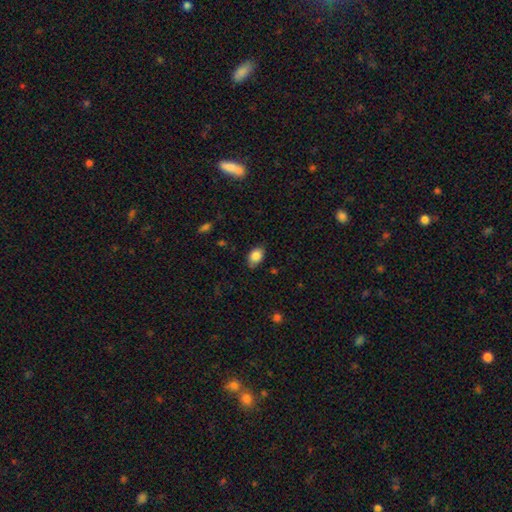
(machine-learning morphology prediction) Overall: smooth (86%). How rounded: in between (86%). Merging: none (79%).